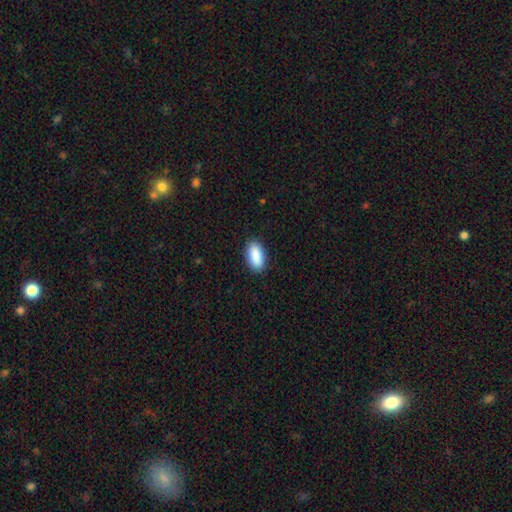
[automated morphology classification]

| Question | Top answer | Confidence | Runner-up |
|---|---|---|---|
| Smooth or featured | smooth | 90% | star or artifact (6%) |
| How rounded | in between | 91% | cigar-shaped (6%) |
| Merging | none | 89% | minor disturbance (8%) |